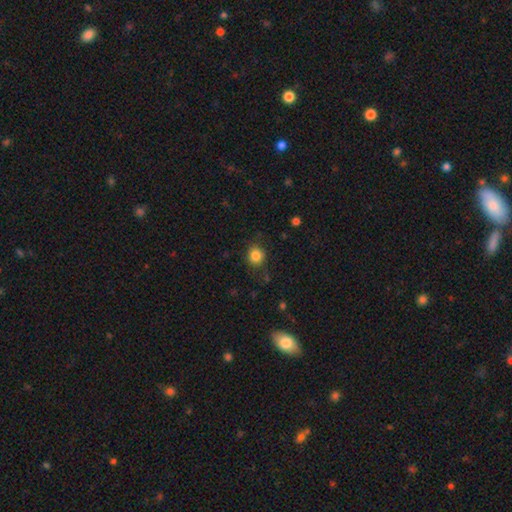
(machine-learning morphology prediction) type=smooth (84%); roundness=round (84%); merging=none (84%).